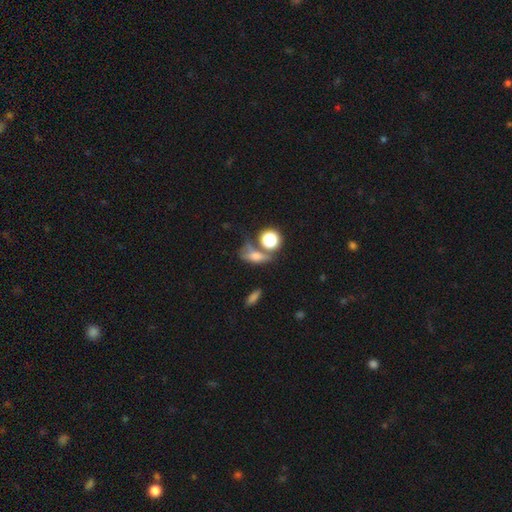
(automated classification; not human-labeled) Smooth or featured?
  - smooth: 60% *
  - featured or disk: 23%
  - star or artifact: 18%
How rounded?
  - in between: 51% *
  - round: 34%
  - cigar-shaped: 15%
Merging?
  - none: 42% *
  - merger: 29%
  - minor disturbance: 17%
  - major disturbance: 12%